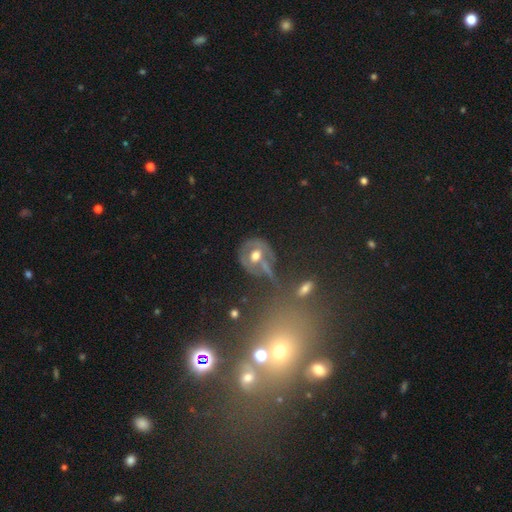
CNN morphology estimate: This appears to be a featured or disk galaxy (51%). Merging: none (42%).